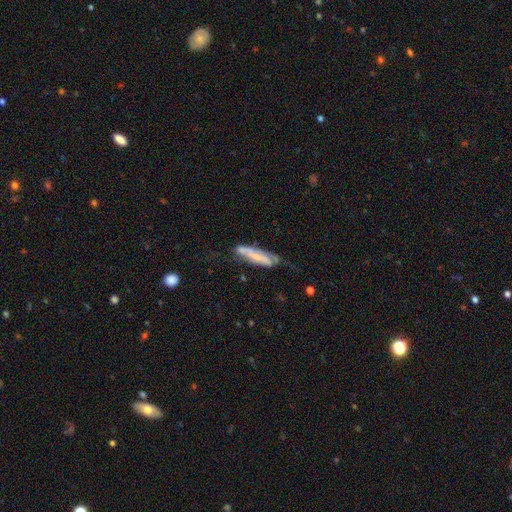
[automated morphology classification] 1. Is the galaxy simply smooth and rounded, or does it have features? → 48% featured or disk, 45% smooth, 7% star or artifact.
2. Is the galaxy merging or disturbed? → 47% none, 31% minor disturbance, 15% major disturbance, 6% merger.